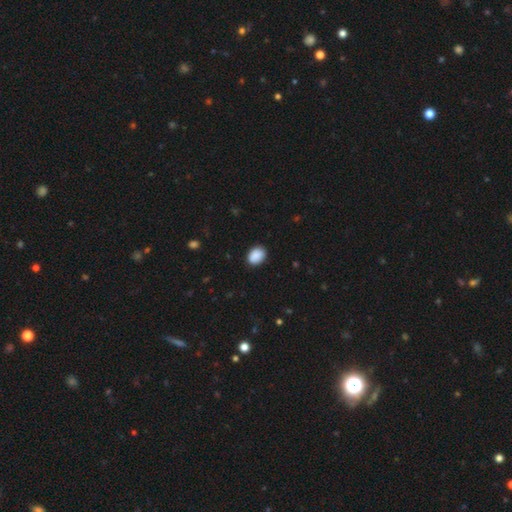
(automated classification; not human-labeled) A smooth galaxy with no disk features (90%) that is in between round and cigar-shaped (68%).

Vote fractions:
- Smooth or featured? smooth: 90% / star or artifact: 7% / featured or disk: 3%
- How rounded? in between: 68% / round: 31% / cigar-shaped: 1%
- Merging? none: 87% / minor disturbance: 10% / major disturbance: 2% / merger: 1%